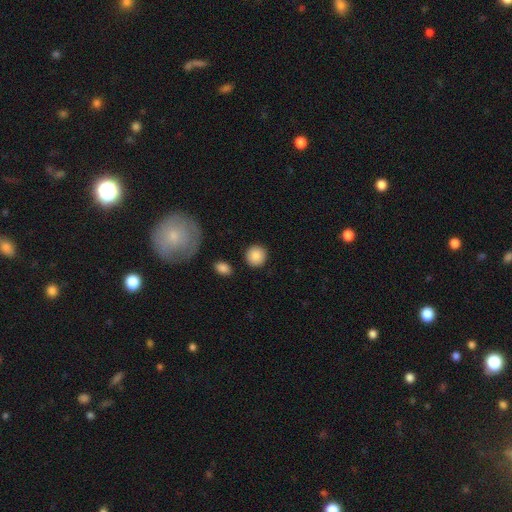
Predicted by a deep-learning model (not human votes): Overall: smooth (87%). How rounded: round (90%). Merging: none (89%).